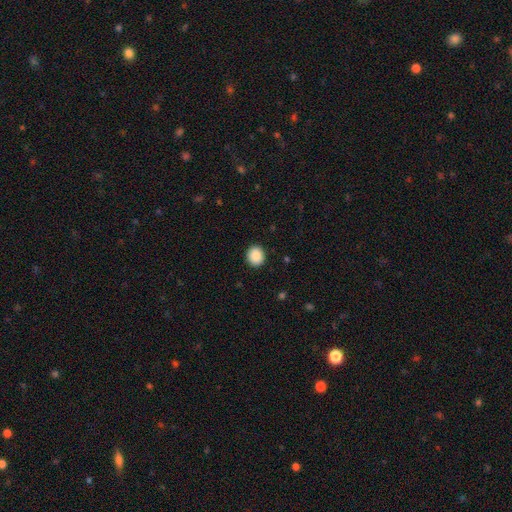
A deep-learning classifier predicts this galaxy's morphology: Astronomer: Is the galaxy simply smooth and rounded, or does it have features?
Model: smooth — 88%.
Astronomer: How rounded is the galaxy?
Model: round — 77%.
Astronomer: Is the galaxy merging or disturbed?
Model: none — 91%.